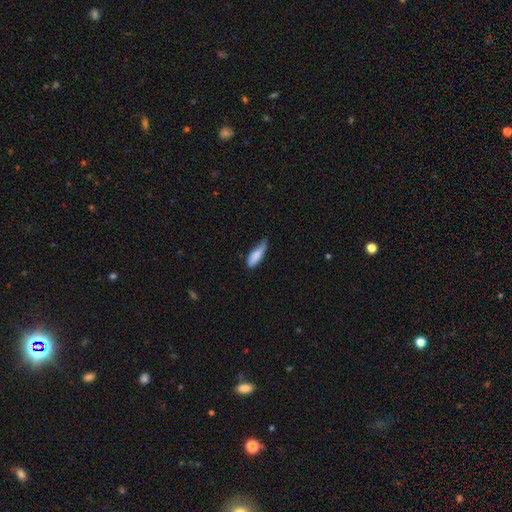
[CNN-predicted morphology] type=smooth (83%); roundness=in between (53%); merging=none (46%).